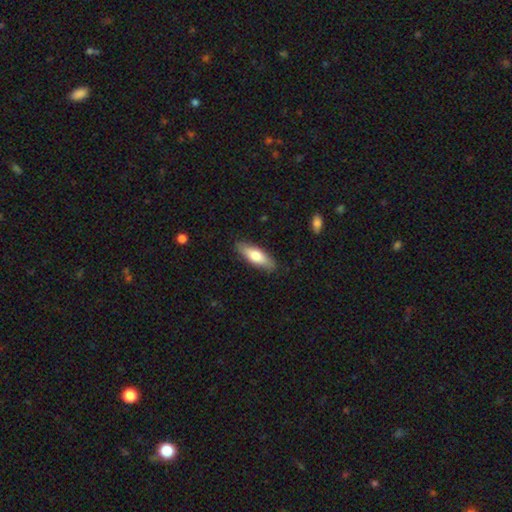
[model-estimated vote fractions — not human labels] The model was most divided on "how rounded": in between: 51%, cigar-shaped: 47%, round: 2%. More confident: merging — none (86%); smooth or featured — smooth (69%).